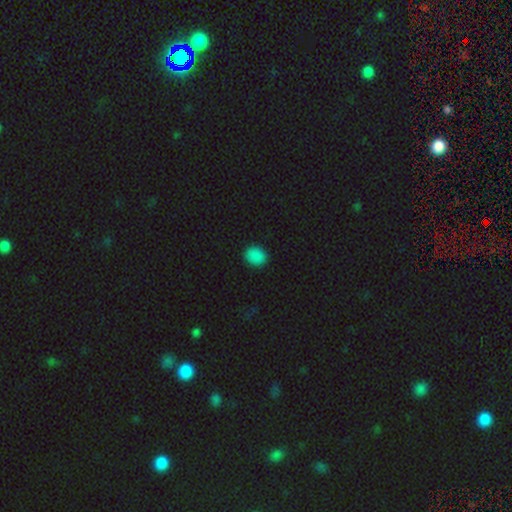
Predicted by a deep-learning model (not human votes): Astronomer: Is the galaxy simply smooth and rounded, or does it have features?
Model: smooth — 86%.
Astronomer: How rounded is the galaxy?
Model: round — 55% (runner-up: in between, 44%).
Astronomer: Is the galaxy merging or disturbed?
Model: none — 90%.